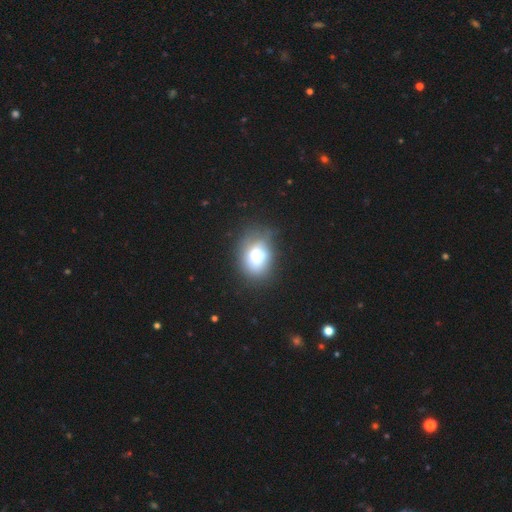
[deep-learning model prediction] smooth_or_featured: smooth (p=0.72) [alt: featured or disk p=0.17]
how_rounded: in between (p=0.56) [alt: round p=0.42]
merging: none (p=0.66) [alt: minor disturbance p=0.23]